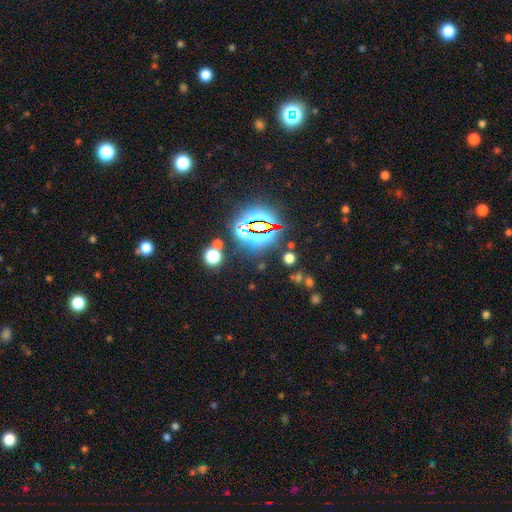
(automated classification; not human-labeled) A star or artifact, not a galaxy (83%).